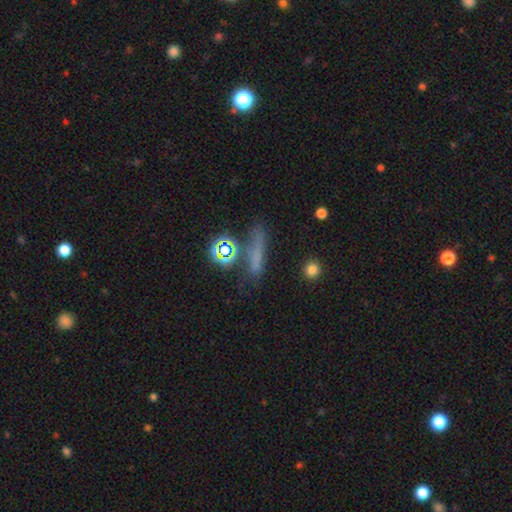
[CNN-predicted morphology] The model was most divided on "smooth or featured": smooth: 51%, star or artifact: 29%, featured or disk: 20%. More confident: how rounded — cigar-shaped (68%); merging — none (66%).